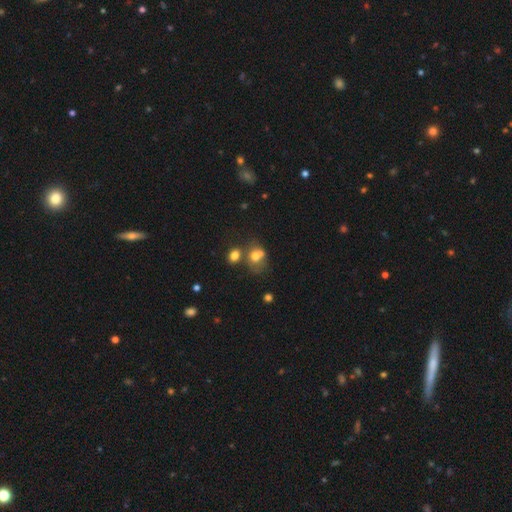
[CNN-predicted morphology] Q: Smooth or featured?
A: smooth (66%); runner-up: featured or disk (20%)
Q: How rounded?
A: round (51%); runner-up: in between (48%)
Q: Merging?
A: merger (50%); runner-up: none (28%)